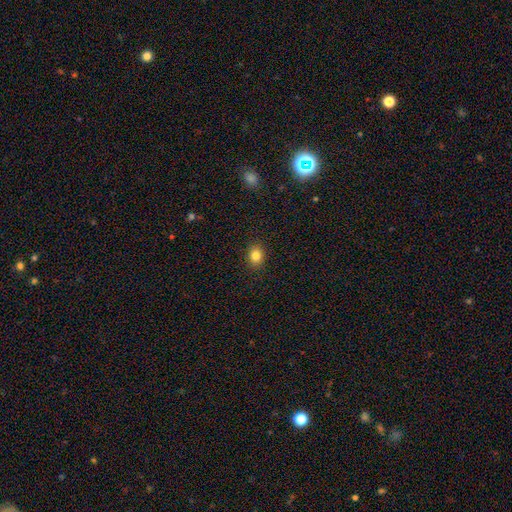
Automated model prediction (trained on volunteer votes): Morphology: type=smooth (83%); roundness=round (53%); merging=none (90%).